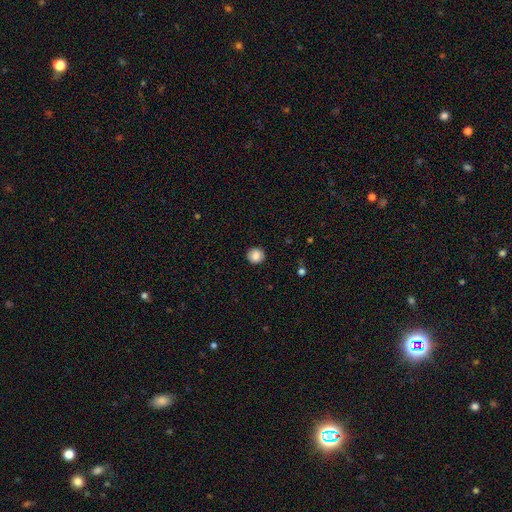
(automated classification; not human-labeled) Morphology: type=smooth (87%); roundness=round (93%); merging=none (92%).